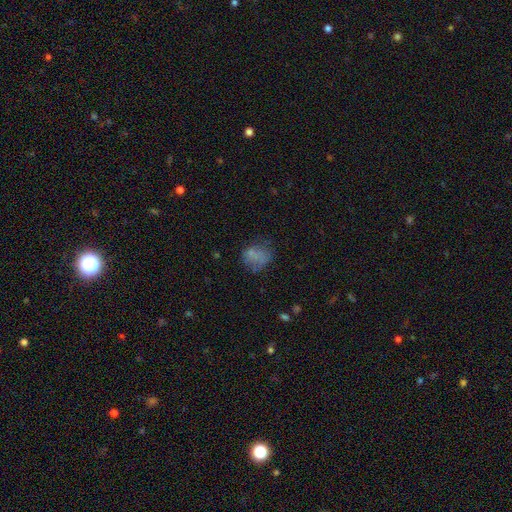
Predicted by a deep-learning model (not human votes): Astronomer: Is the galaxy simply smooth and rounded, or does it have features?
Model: smooth — 65%.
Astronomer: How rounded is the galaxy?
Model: round — 55% (runner-up: in between, 44%).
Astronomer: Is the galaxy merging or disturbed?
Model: none — 48% (runner-up: minor disturbance, 26%).